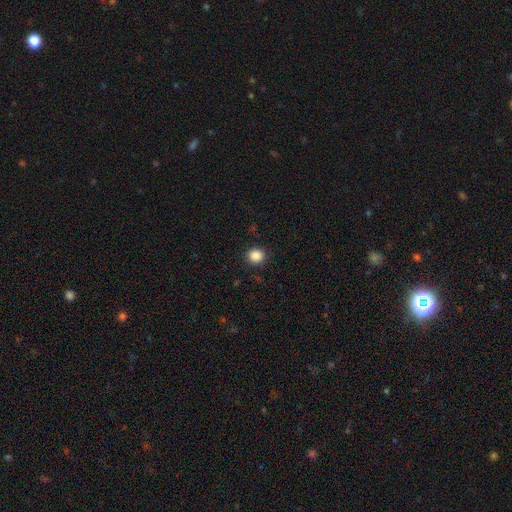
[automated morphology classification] A smooth galaxy with no disk features (87%) that is round (88%).

Vote fractions:
- Smooth or featured? smooth: 87% / star or artifact: 10% / featured or disk: 3%
- How rounded? round: 88% / in between: 11% / cigar-shaped: 1%
- Merging? none: 90% / minor disturbance: 7% / major disturbance: 2% / merger: 1%